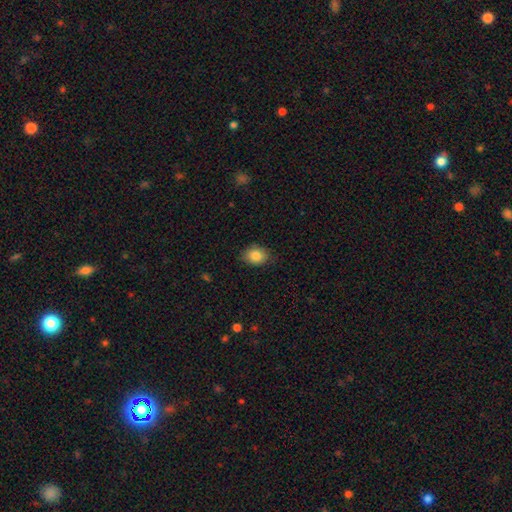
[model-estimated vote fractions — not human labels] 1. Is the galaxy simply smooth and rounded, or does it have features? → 85% smooth, 8% star or artifact, 6% featured or disk.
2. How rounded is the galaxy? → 57% in between, 42% round, 1% cigar-shaped.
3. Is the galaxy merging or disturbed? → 82% none, 14% minor disturbance, 3% major disturbance, 1% merger.